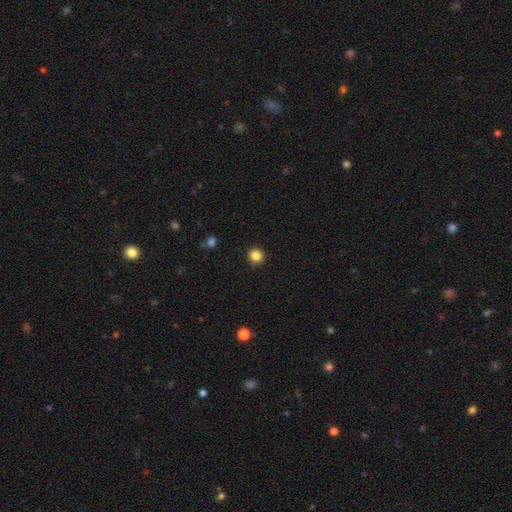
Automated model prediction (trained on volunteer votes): This appears to be a smooth galaxy with no disk features (85%) that is round (92%). Merging: none (91%).